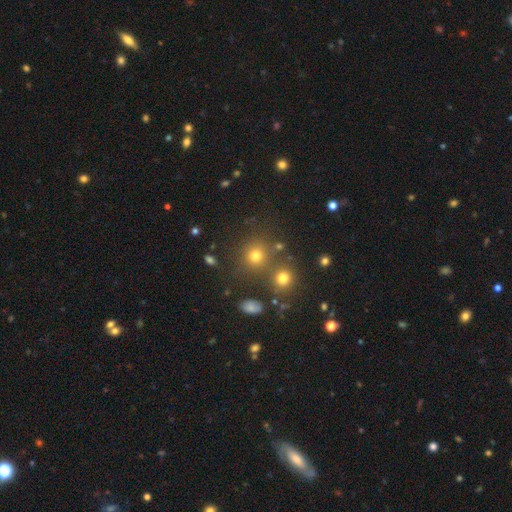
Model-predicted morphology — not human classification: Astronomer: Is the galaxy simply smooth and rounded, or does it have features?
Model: smooth — 68%.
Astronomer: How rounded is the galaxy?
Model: round — 88%.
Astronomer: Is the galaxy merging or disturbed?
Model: none — 73%.